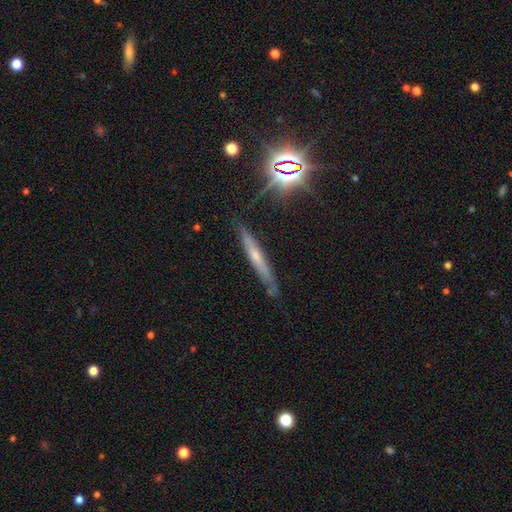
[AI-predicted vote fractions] This appears to be a featured or disk galaxy (50%) viewed edge-on (90%). Merging: none (80%).